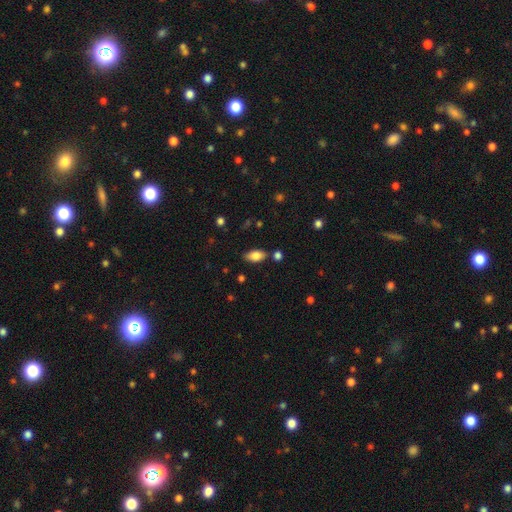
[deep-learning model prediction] Q: Smooth or featured?
A: smooth (83%); runner-up: featured or disk (9%)
Q: How rounded?
A: in between (91%); runner-up: cigar-shaped (5%)
Q: Merging?
A: none (77%); runner-up: minor disturbance (14%)